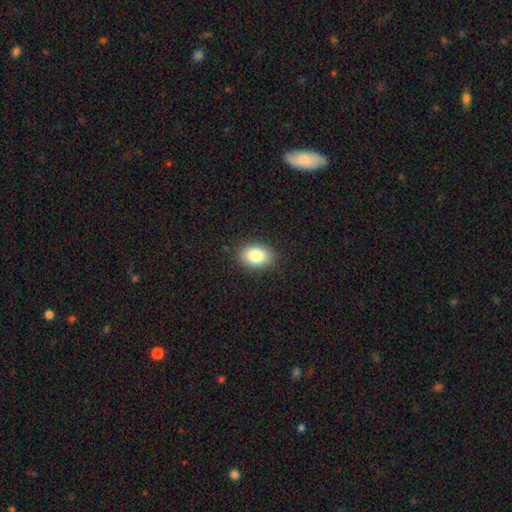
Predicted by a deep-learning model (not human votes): Smooth or featured: smooth — 83% (star or artifact — 9%)
How rounded: in between — 73% (round — 26%)
Merging: none — 88% (minor disturbance — 9%)